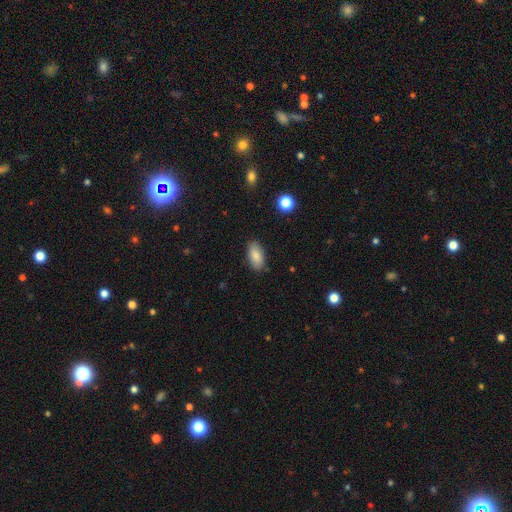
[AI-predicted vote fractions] Smooth or featured? smooth (85%)
How rounded? in between (92%)
Merging? none (84%)